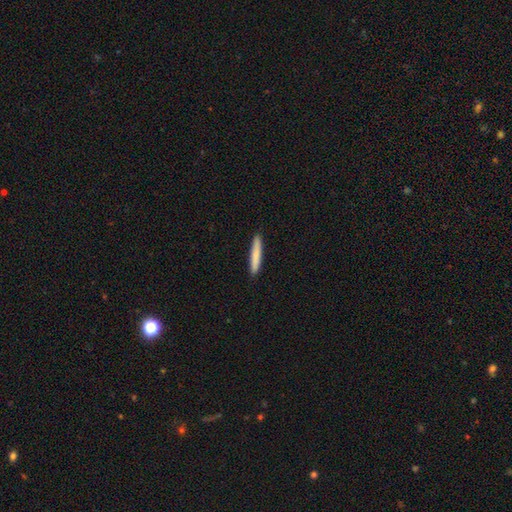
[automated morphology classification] Smooth or featured? smooth (81%)
How rounded? cigar-shaped (94%)
Merging? none (91%)